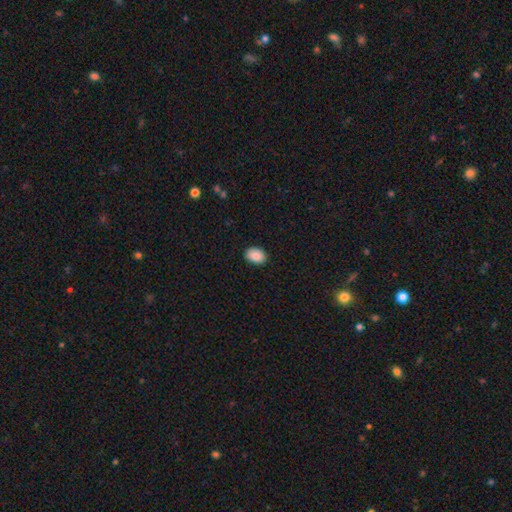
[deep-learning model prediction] Smooth or featured: smooth — 89% (star or artifact — 7%)
How rounded: in between — 79% (round — 20%)
Merging: none — 89% (minor disturbance — 9%)